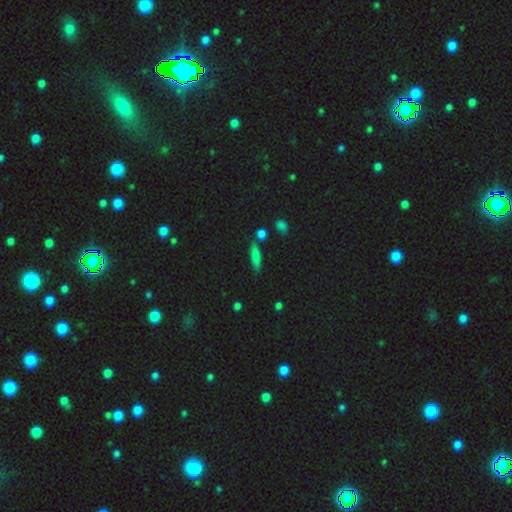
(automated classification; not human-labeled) Overall: smooth (70%). How rounded: cigar-shaped (61%; in between 34%). Merging: none (76%).